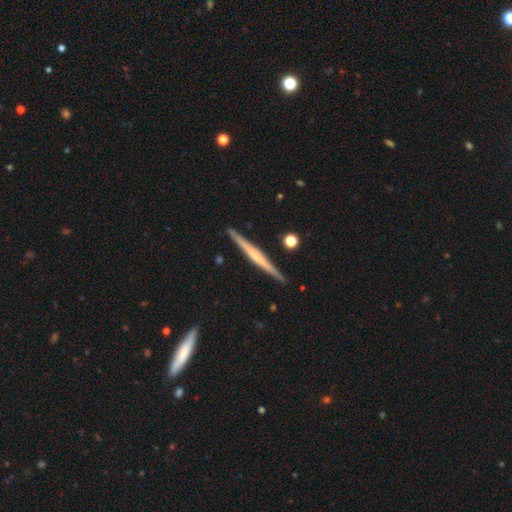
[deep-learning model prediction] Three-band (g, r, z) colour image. It shows a featured or disk galaxy (67%) viewed edge-on (98%) with no central bulge (49%). Merging: none (91%).